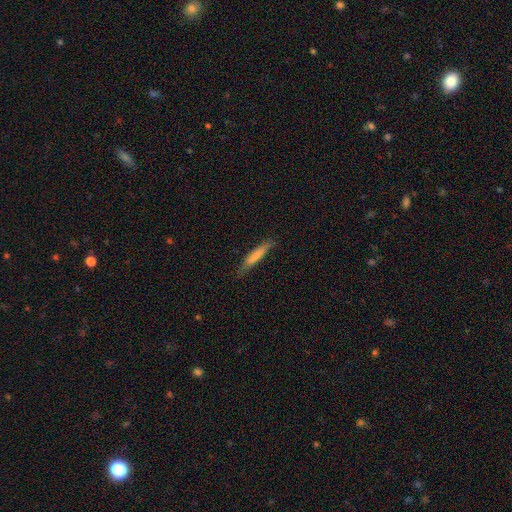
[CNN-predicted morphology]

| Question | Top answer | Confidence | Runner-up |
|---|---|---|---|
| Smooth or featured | smooth | 74% | featured or disk (20%) |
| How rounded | cigar-shaped | 92% | in between (7%) |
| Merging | none | 75% | minor disturbance (19%) |